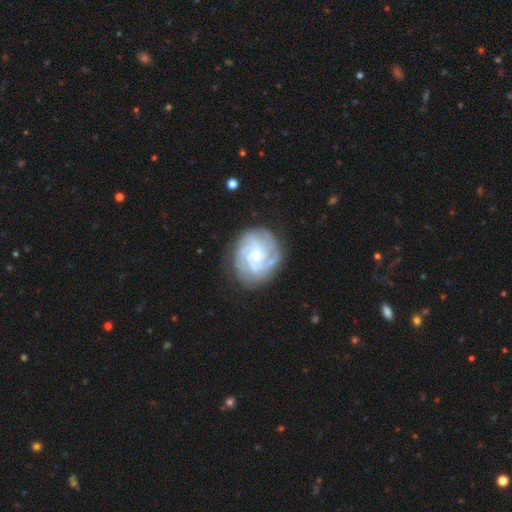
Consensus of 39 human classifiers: Smooth or featured?
  - featured or disk: 92% *
  - smooth: 8%
  - star or artifact: 0%
Edge-on disk?
  - no: 97% *
  - yes: 3%
Bar?
  - weak: 60% *
  - no: 37%
  - strong: 3%
Spiral arms?
  - yes: 91% *
  - no: 9%
Spiral winding?
  - tight: 56% *
  - medium: 41%
  - loose: 3%
Spiral arm count?
  - can't tell: 41% *
  - 4: 22%
  - 3: 12%
  - 2: 9%
  - more than 4: 9%
  - 1: 6%
Bulge size?
  - small: 63% *
  - moderate: 29%
  - none: 9%
  - dominant: 0%
  - large: 0%
Merging?
  - none: 67% *
  - minor disturbance: 26%
  - major disturbance: 8%
  - merger: 0%